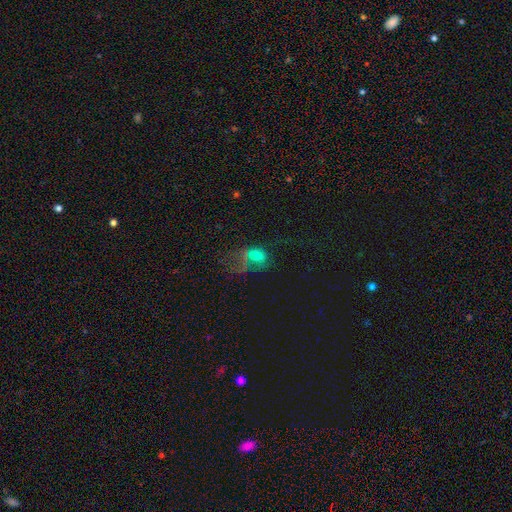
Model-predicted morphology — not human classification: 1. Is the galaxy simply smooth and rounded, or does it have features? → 47% smooth, 33% featured or disk, 20% star or artifact.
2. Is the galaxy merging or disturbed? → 53% major disturbance, 22% none, 14% minor disturbance, 10% merger.